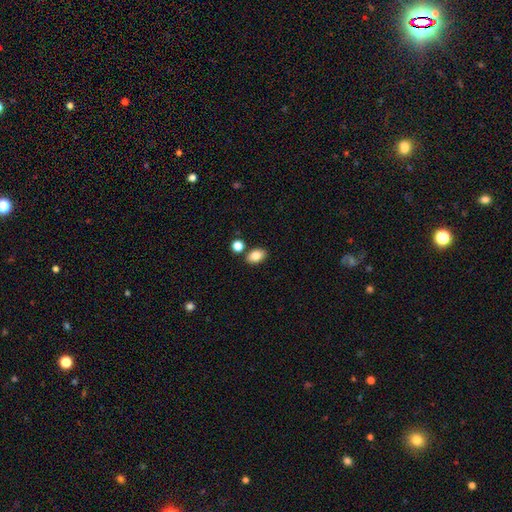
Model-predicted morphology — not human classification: Q: Smooth or featured?
A: smooth (83%); runner-up: star or artifact (9%)
Q: How rounded?
A: in between (84%); runner-up: round (14%)
Q: Merging?
A: none (81%); runner-up: minor disturbance (9%)